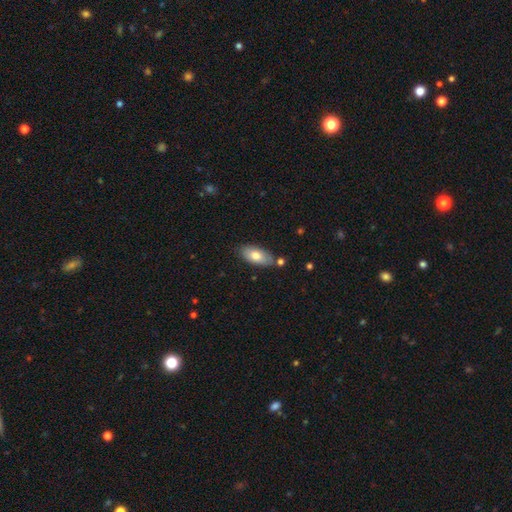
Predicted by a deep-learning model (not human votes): Smooth or featured?
  - smooth: 76% *
  - featured or disk: 18%
  - star or artifact: 6%
How rounded?
  - in between: 90% *
  - cigar-shaped: 7%
  - round: 3%
Merging?
  - none: 78% *
  - minor disturbance: 14%
  - merger: 5%
  - major disturbance: 3%